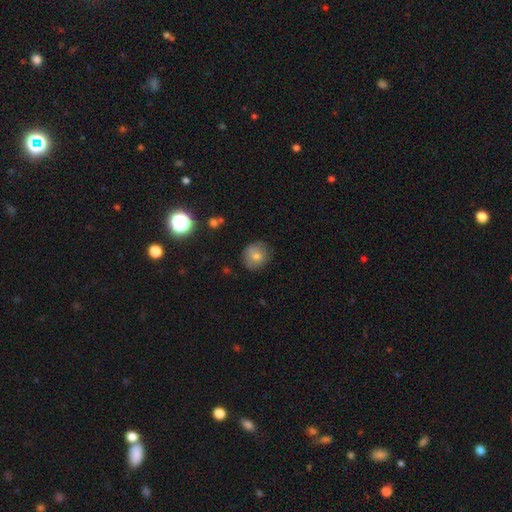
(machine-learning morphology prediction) Q: Smooth or featured?
A: smooth (74%); runner-up: featured or disk (16%)
Q: How rounded?
A: round (85%); runner-up: in between (14%)
Q: Merging?
A: none (80%); runner-up: minor disturbance (15%)